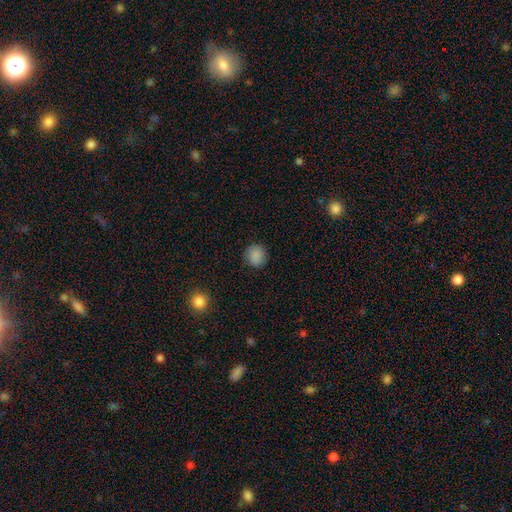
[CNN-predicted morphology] Smooth or featured: smooth — 88% (star or artifact — 9%)
How rounded: round — 90% (in between — 9%)
Merging: none — 89% (minor disturbance — 8%)